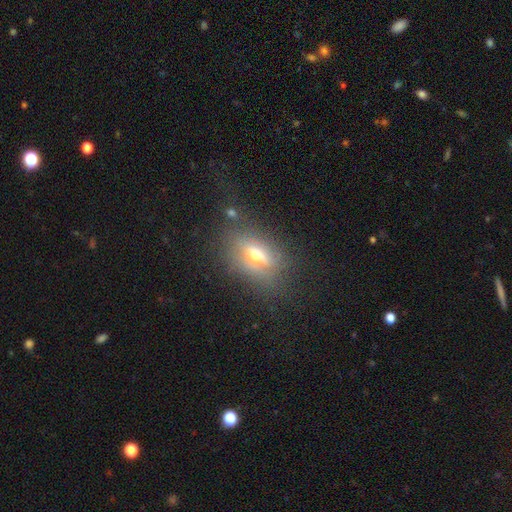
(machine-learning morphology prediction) This appears to be a smooth galaxy with no disk features (54%) that is in between round and cigar-shaped (76%). Merging: none (69%).